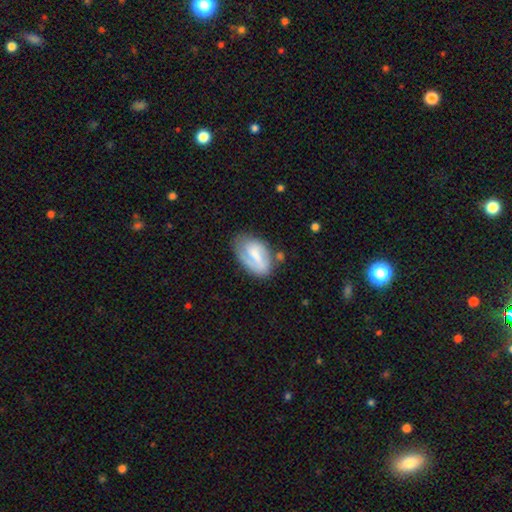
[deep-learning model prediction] Smooth or featured?
  - smooth: 47% *
  - featured or disk: 46%
  - star or artifact: 7%
Merging?
  - none: 57% *
  - minor disturbance: 26%
  - major disturbance: 12%
  - merger: 5%